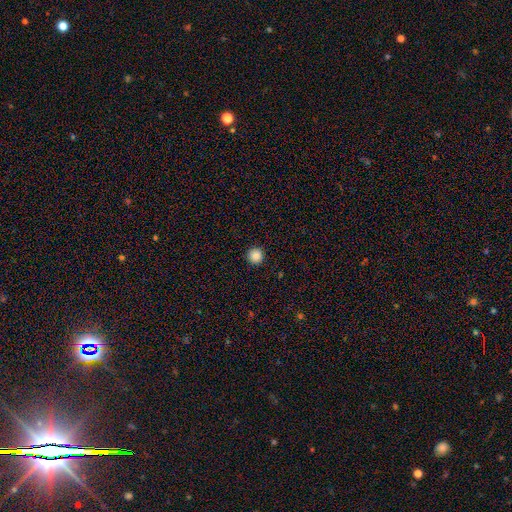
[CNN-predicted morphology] Smooth or featured: smooth — 88% (star or artifact — 10%)
How rounded: round — 96% (in between — 3%)
Merging: none — 93% (minor disturbance — 4%)